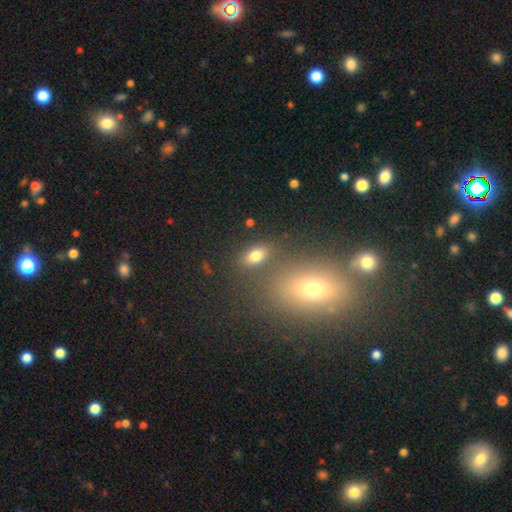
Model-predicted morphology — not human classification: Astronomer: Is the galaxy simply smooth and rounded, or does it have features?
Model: smooth — 77%.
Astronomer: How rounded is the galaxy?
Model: in between — 83%.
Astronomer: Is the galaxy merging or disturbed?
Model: none — 74%.